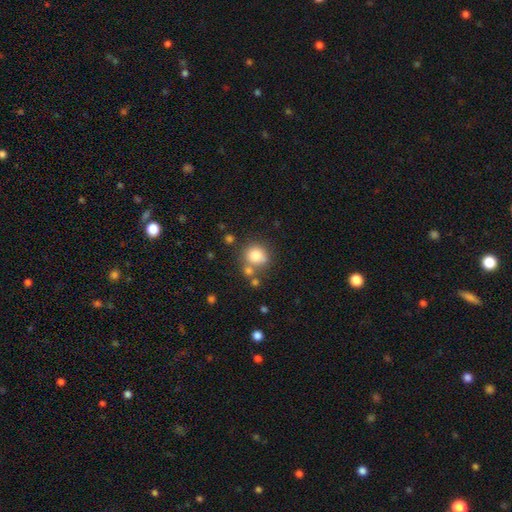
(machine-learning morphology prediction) smooth_or_featured: smooth (p=0.81) [alt: star or artifact p=0.11]
how_rounded: round (p=0.86) [alt: in between p=0.13]
merging: none (p=0.65) [alt: merger p=0.18]